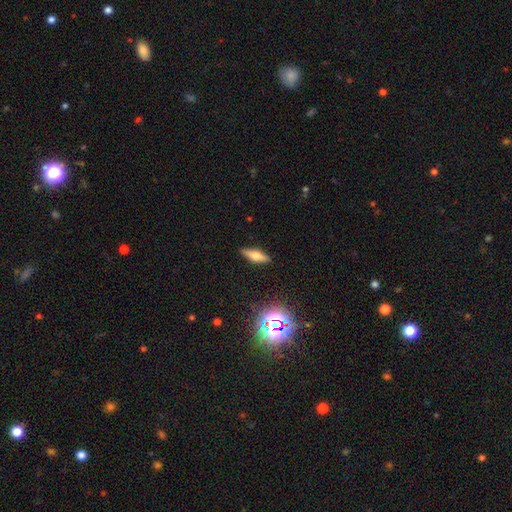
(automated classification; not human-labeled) Smooth or featured? smooth (46%)
Merging? none (89%)